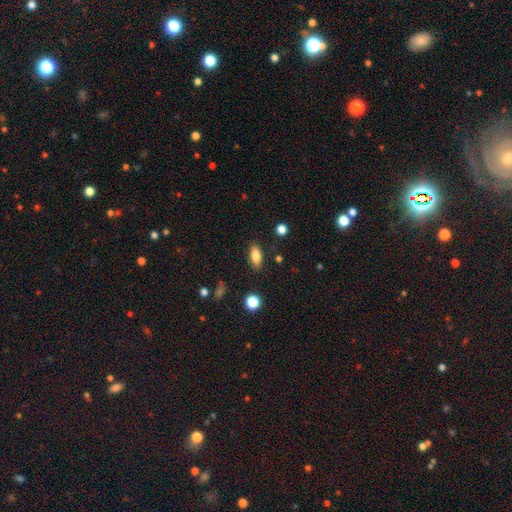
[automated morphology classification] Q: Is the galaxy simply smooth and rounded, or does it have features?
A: smooth — 82%.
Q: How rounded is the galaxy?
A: in between — 83%.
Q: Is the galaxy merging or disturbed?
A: none — 86%.